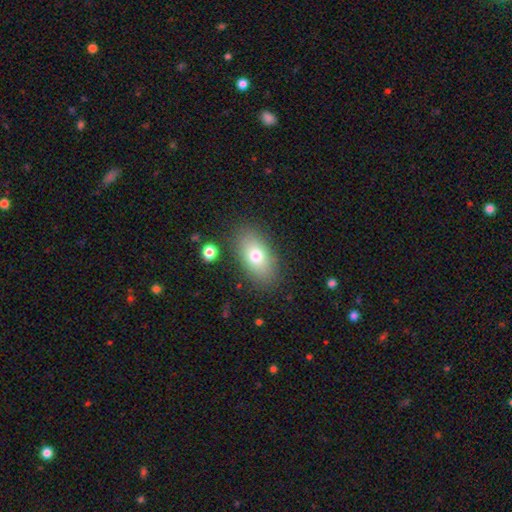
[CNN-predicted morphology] This is likely a smooth galaxy (75%). How rounded: clearly in between (90%). Merging: clearly none (84%).